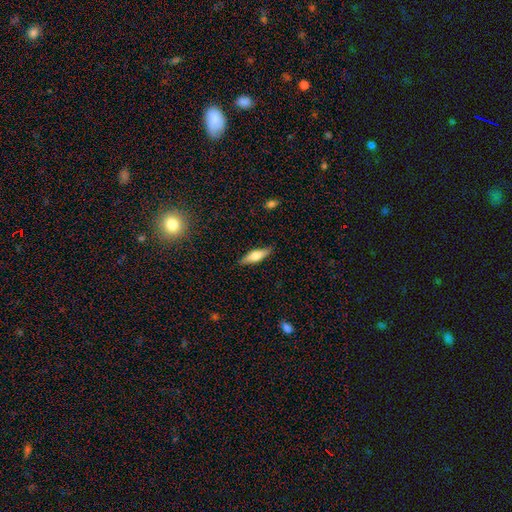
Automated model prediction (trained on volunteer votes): Smooth or featured? smooth (55%)
How rounded? cigar-shaped (56%)
Merging? none (88%)